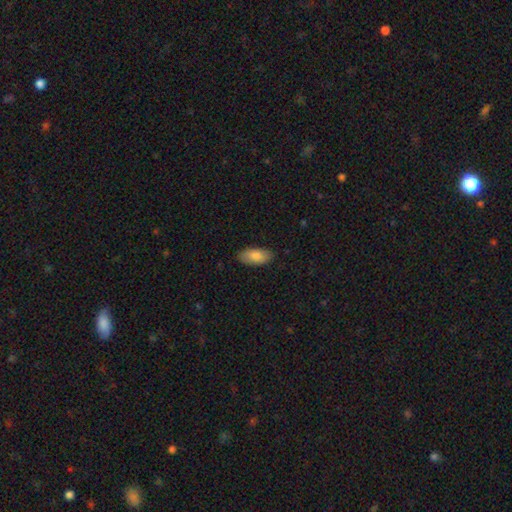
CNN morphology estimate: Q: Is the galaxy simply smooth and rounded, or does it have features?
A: smooth — 83%.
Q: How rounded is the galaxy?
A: in between — 91%.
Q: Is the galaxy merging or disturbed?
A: none — 86%.